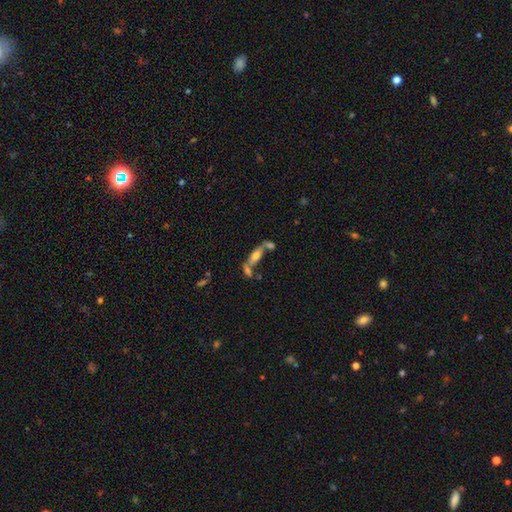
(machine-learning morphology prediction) A smooth galaxy with no disk features (49%). Merging: none (42%).